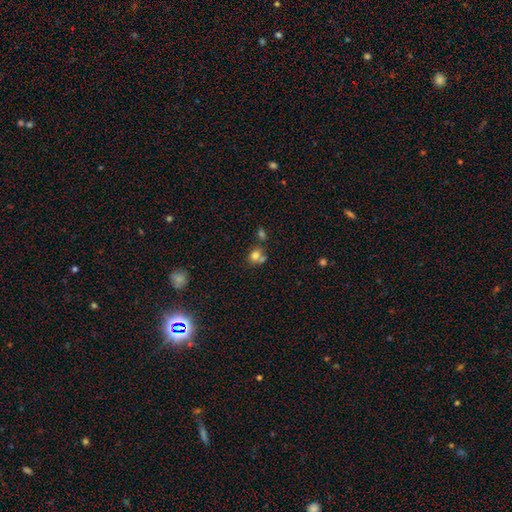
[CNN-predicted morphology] Smooth or featured?
  - smooth: 76% *
  - star or artifact: 12%
  - featured or disk: 12%
How rounded?
  - round: 63% *
  - in between: 36%
  - cigar-shaped: 1%
Merging?
  - none: 44% *
  - merger: 37%
  - minor disturbance: 13%
  - major disturbance: 6%